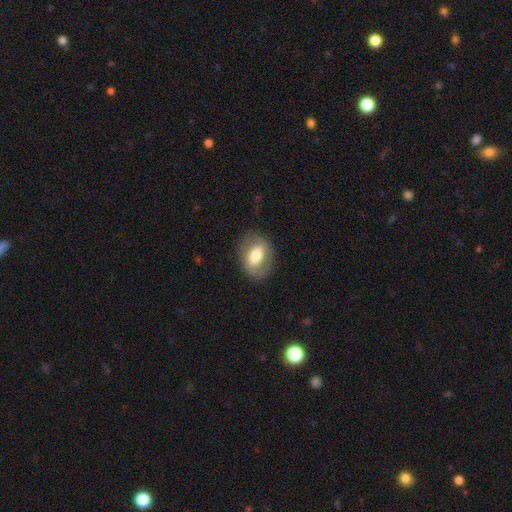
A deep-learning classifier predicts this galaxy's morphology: Smooth or featured?
  - smooth: 51% *
  - featured or disk: 43%
  - star or artifact: 7%
How rounded?
  - in between: 73% *
  - round: 25%
  - cigar-shaped: 2%
Merging?
  - none: 79% *
  - minor disturbance: 13%
  - major disturbance: 6%
  - merger: 1%